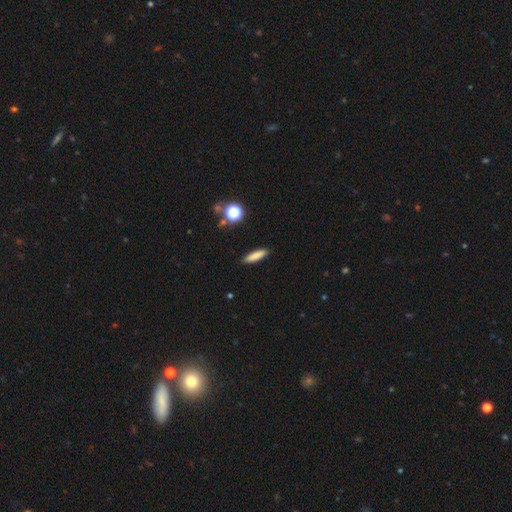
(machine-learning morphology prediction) Smooth or featured: smooth — 82% (star or artifact — 9%)
How rounded: cigar-shaped — 73% (in between — 25%)
Merging: none — 89% (minor disturbance — 8%)